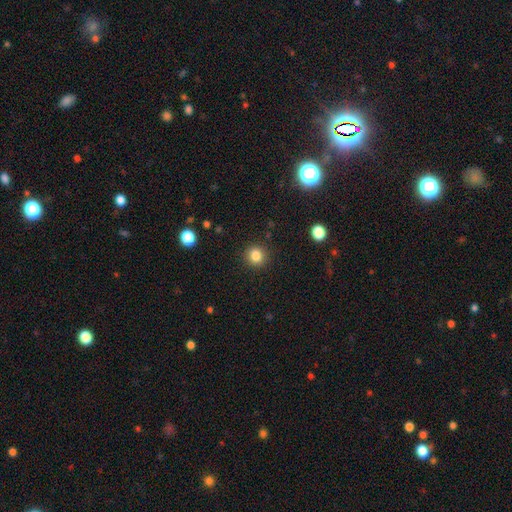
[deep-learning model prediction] Overall: smooth (84%). How rounded: round (90%). Merging: none (90%).